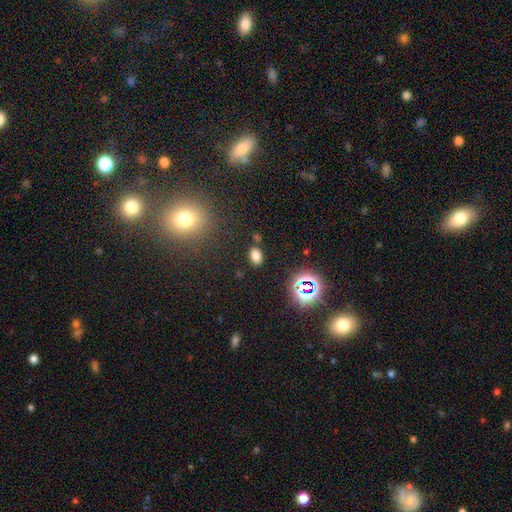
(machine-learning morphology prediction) A smooth galaxy with no disk features (74%) that is in between round and cigar-shaped (82%). Merging: none (81%).